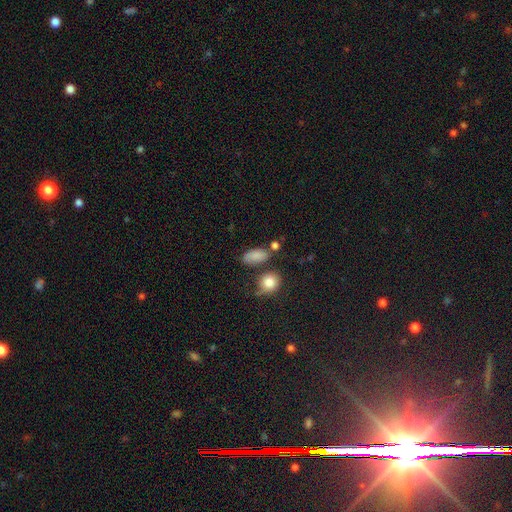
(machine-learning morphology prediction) A smooth galaxy with no disk features (83%) that is in between round and cigar-shaped (86%). Merging: none (65%).